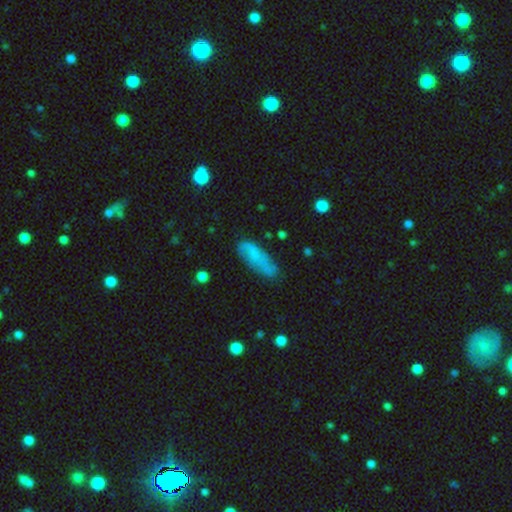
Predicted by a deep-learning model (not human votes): Q: Smooth or featured?
A: smooth (60%); runner-up: featured or disk (32%)
Q: How rounded?
A: in between (59%); runner-up: cigar-shaped (38%)
Q: Merging?
A: none (65%); runner-up: minor disturbance (25%)